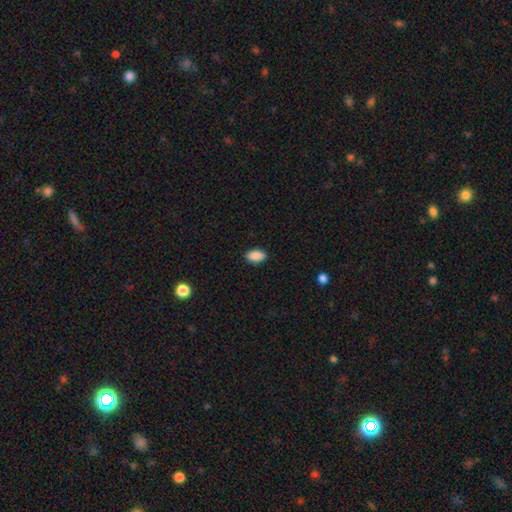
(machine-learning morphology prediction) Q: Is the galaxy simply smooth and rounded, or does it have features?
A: smooth — 89%.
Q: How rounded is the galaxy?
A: in between — 92%.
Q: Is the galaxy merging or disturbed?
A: none — 88%.